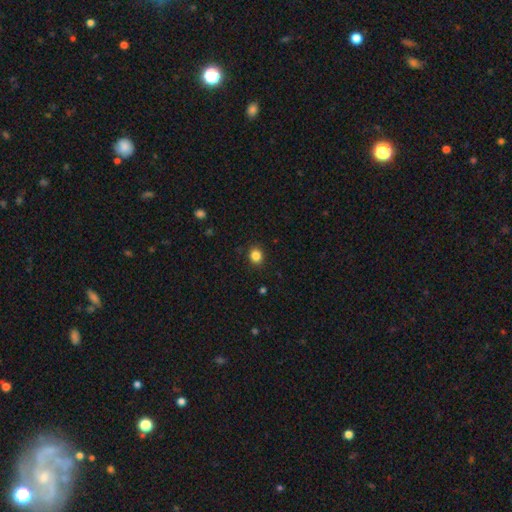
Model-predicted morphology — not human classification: Smooth or featured: smooth — 85% (star or artifact — 11%)
How rounded: round — 75% (in between — 24%)
Merging: none — 89% (minor disturbance — 8%)